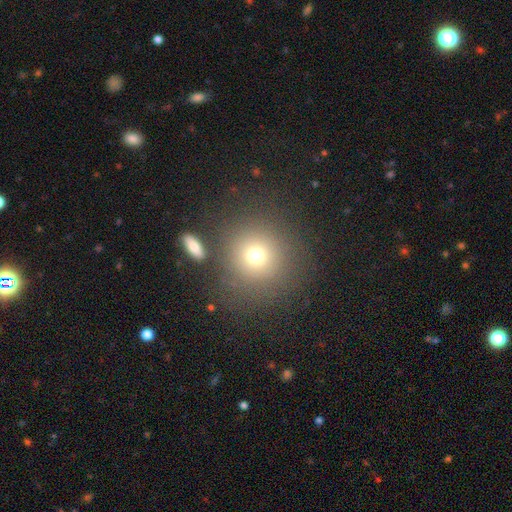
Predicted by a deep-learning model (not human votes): A smooth galaxy with no disk features (71%) that is round (91%).

Vote fractions:
- Smooth or featured? smooth: 71% / star or artifact: 17% / featured or disk: 11%
- How rounded? round: 91% / in between: 8% / cigar-shaped: 1%
- Merging? none: 80% / minor disturbance: 9% / merger: 6% / major disturbance: 5%